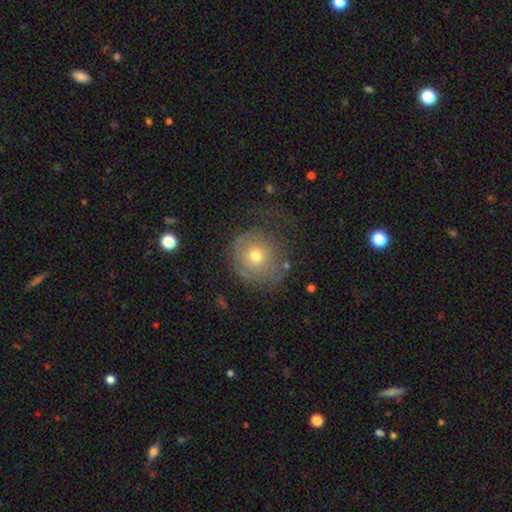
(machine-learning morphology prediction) Overall: smooth (57%; featured or disk 32%). How rounded: round (87%). Merging: none (52%; major disturbance 25%).